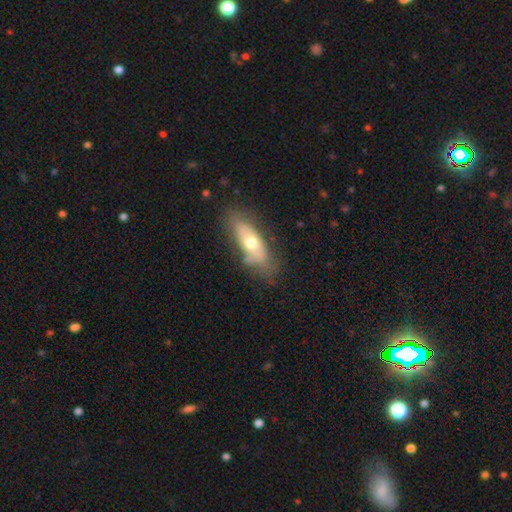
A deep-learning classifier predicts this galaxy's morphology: Smooth or featured: smooth — 57% (featured or disk — 35%)
How rounded: in between — 68% (cigar-shaped — 28%)
Merging: none — 67% (minor disturbance — 21%)